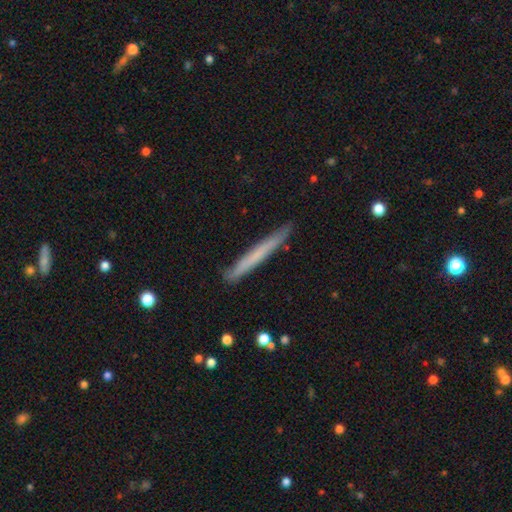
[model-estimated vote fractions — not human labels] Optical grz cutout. It shows a smooth galaxy with no disk features (59%) that is cigar-shaped (97%). Merging: none (88%).